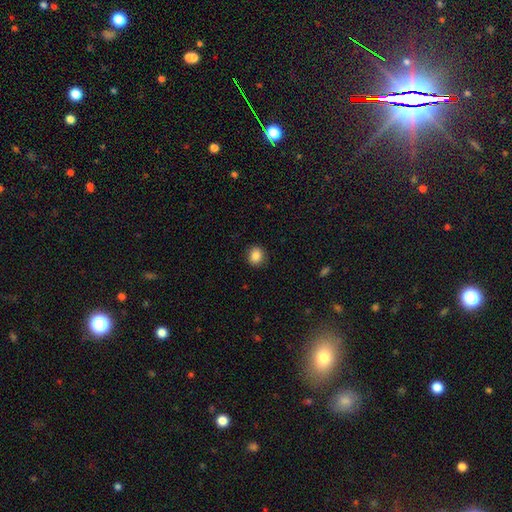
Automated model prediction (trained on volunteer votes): smooth 87%, star or artifact 9%, featured or disk 4%. Down the decision tree: how rounded — round (73%); merging — none (89%).